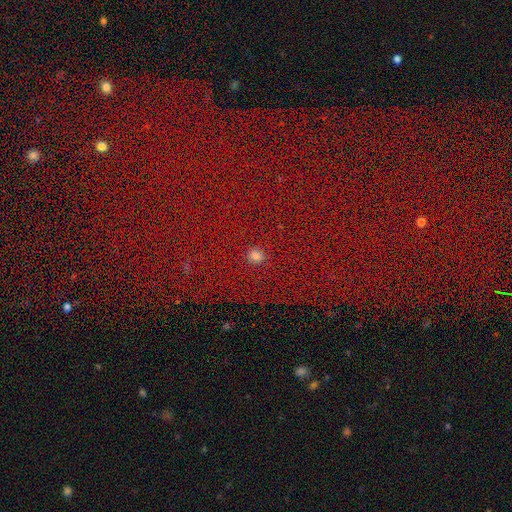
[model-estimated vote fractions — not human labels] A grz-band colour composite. It shows a smooth galaxy with no disk features (63%) that is round (89%). Merging: none (85%).